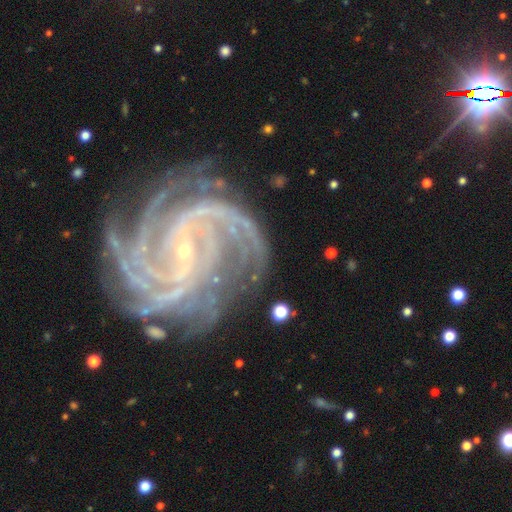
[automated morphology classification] featured or disk 91%, star or artifact 6%, smooth 3%. Down the decision tree: edge-on disk — no (98%); bar — strong (37%); spiral arms — yes (99%); spiral arm count — 4 (24%); spiral winding — tight (60%); bulge size — small (85%); merging — none (72%).